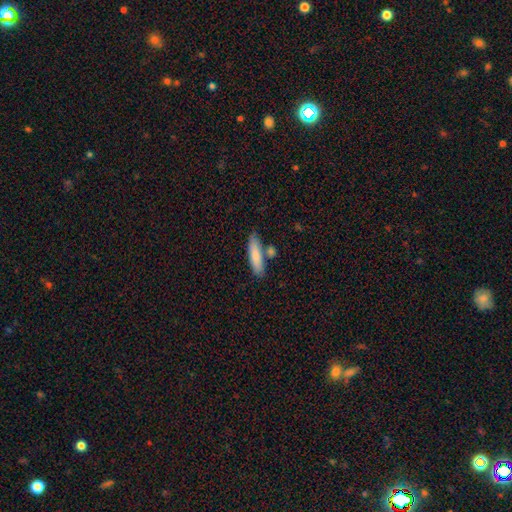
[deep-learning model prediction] Smooth or featured? smooth (80%)
How rounded? cigar-shaped (67%)
Merging? none (70%)